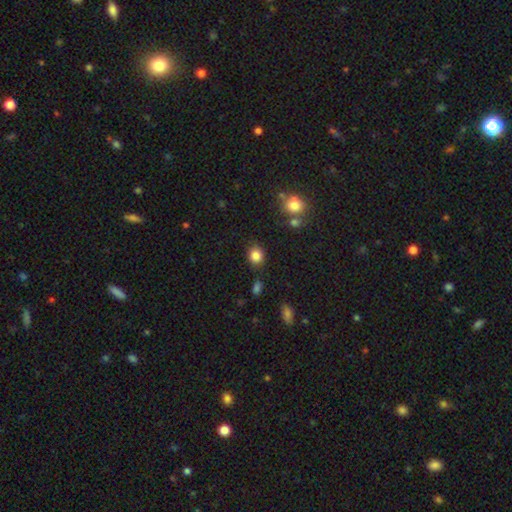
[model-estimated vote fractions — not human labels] smooth-or-featured: smooth: 84% | star or artifact: 11% | featured or disk: 5%
  how-rounded: round: 70% | in between: 29% | cigar-shaped: 1%
  merging: none: 82% | minor disturbance: 12% | major disturbance: 3% | merger: 3%